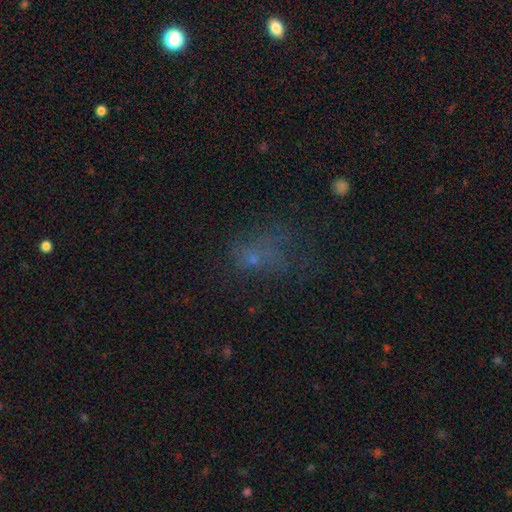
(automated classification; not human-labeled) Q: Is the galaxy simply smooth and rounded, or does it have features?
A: smooth — 46%.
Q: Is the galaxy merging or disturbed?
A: major disturbance — 39%.